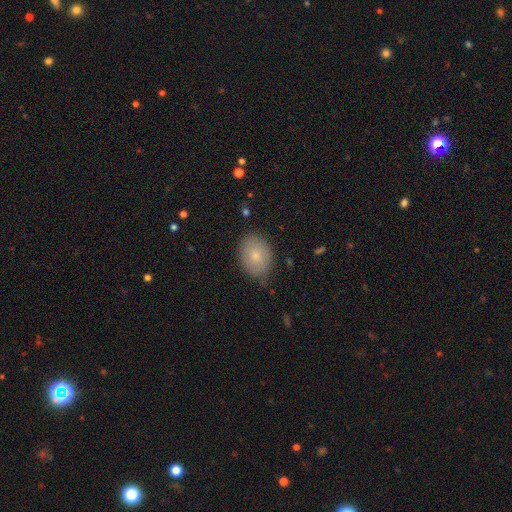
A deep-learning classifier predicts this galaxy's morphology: This is likely a smooth galaxy (80%). How rounded: likely in between (71%). Merging: likely none (76%).